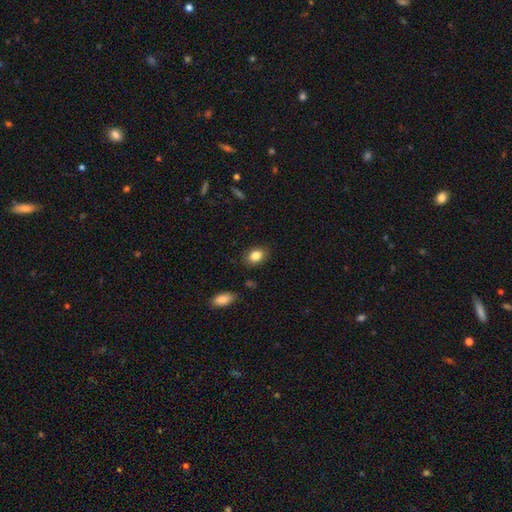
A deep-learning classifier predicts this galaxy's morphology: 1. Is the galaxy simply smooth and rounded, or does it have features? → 85% smooth, 9% star or artifact, 6% featured or disk.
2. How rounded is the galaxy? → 71% in between, 27% round, 1% cigar-shaped.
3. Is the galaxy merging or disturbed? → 85% none, 11% minor disturbance, 3% major disturbance, 2% merger.